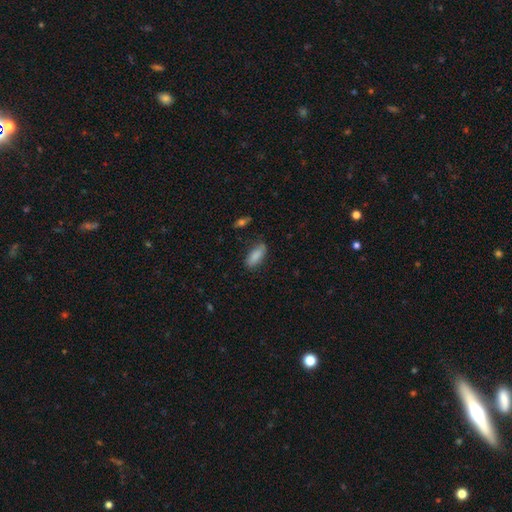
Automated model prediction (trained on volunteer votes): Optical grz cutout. It shows a smooth galaxy with no disk features (86%) that is in between round and cigar-shaped (77%). Merging: none (78%).